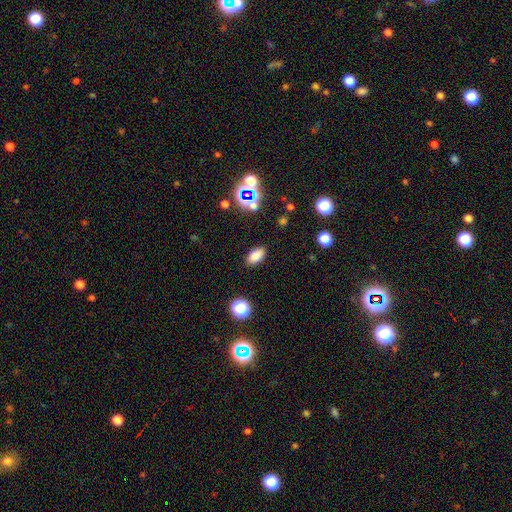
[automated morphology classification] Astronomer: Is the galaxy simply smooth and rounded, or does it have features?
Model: smooth — 81%.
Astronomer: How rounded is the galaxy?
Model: in between — 91%.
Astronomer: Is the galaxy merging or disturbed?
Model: none — 86%.